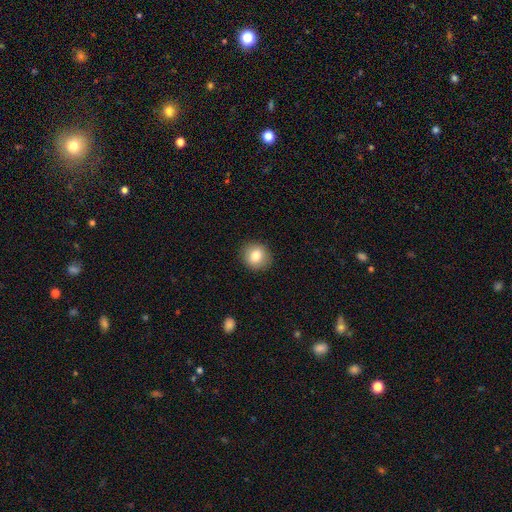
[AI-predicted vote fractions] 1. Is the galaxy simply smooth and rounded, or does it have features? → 81% smooth, 10% featured or disk, 9% star or artifact.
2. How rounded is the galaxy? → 86% round, 13% in between, 1% cigar-shaped.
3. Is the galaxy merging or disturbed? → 91% none, 6% minor disturbance, 2% major disturbance, 1% merger.